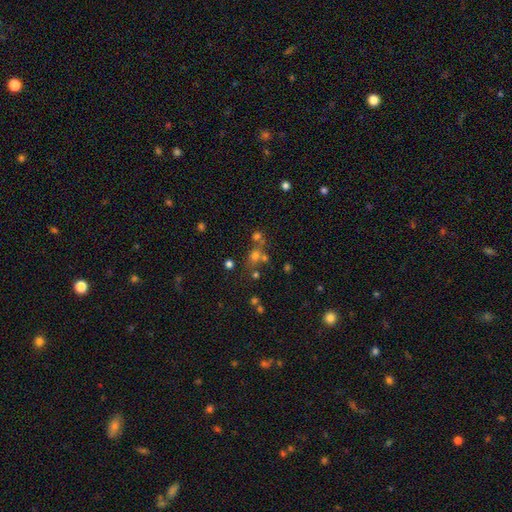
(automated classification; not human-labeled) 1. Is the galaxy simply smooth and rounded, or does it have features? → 49% smooth, 36% star or artifact, 15% featured or disk.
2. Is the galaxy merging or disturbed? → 54% none, 31% merger, 9% minor disturbance, 6% major disturbance.